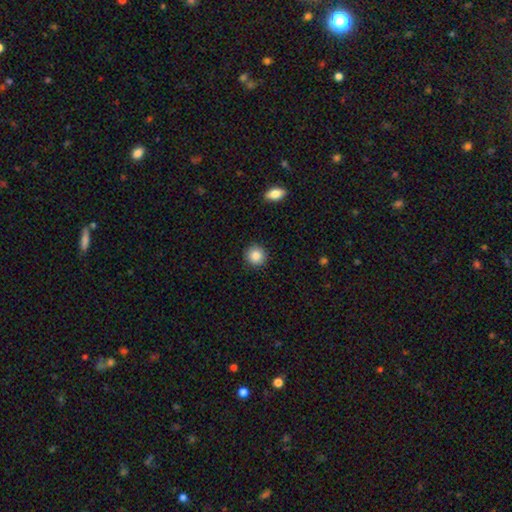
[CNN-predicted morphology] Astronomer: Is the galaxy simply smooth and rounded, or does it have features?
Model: smooth — 86%.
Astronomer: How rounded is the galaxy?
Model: round — 93%.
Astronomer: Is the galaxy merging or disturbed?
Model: none — 90%.